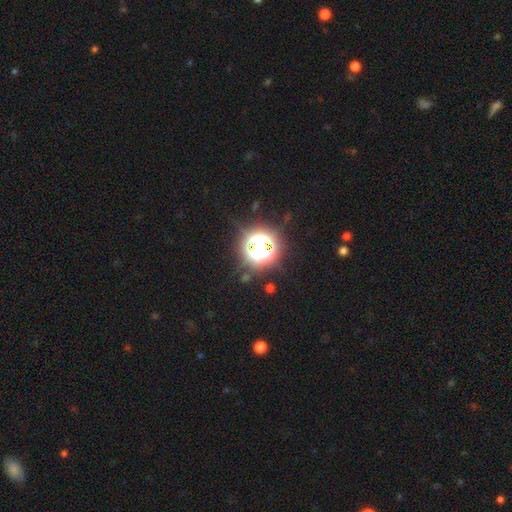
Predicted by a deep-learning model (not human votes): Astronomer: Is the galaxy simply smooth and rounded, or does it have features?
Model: star or artifact — 77%.